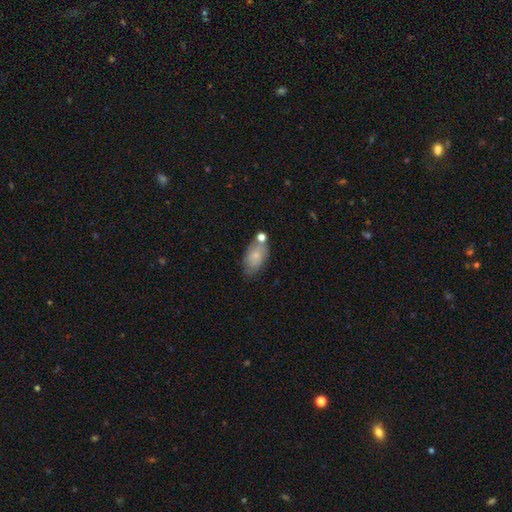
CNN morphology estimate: The model was most divided on "merging": none: 56%, minor disturbance: 21%, merger: 17%, major disturbance: 6%. More confident: how rounded — in between (90%); smooth or featured — smooth (73%).